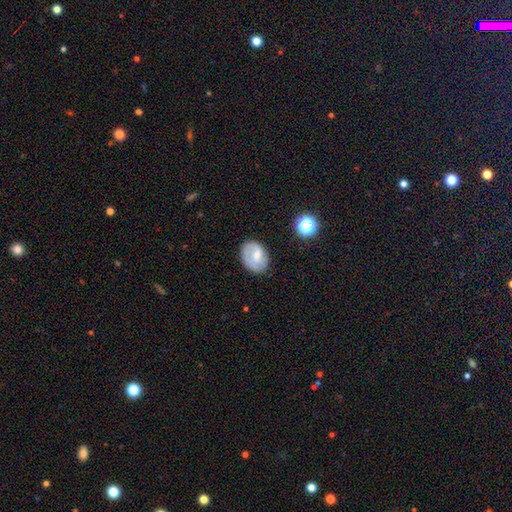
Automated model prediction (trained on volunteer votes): Q: Smooth or featured?
A: smooth (53%); runner-up: featured or disk (39%)
Q: How rounded?
A: in between (67%); runner-up: round (32%)
Q: Merging?
A: none (71%); runner-up: minor disturbance (20%)